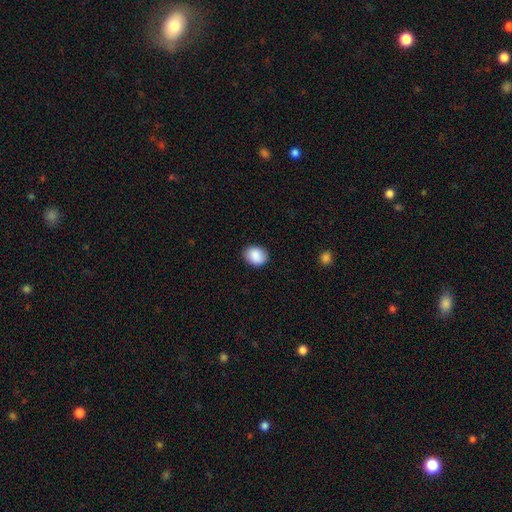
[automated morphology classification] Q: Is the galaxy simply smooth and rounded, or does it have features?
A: smooth — 89%.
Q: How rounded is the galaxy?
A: round — 52%.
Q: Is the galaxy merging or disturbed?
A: none — 87%.